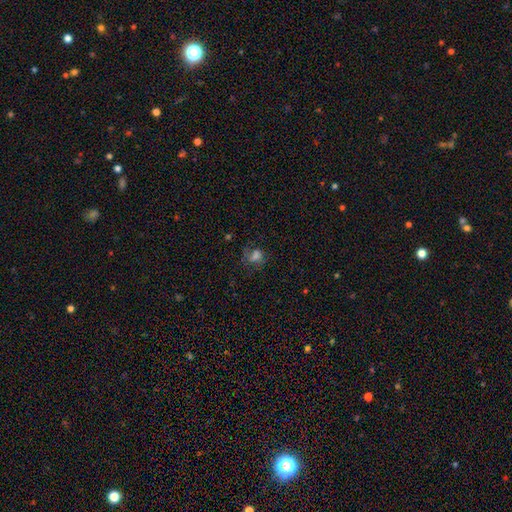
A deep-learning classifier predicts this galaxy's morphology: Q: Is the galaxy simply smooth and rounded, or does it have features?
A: smooth — 57%.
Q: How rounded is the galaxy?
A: in between — 51%.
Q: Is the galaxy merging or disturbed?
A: none — 47%.